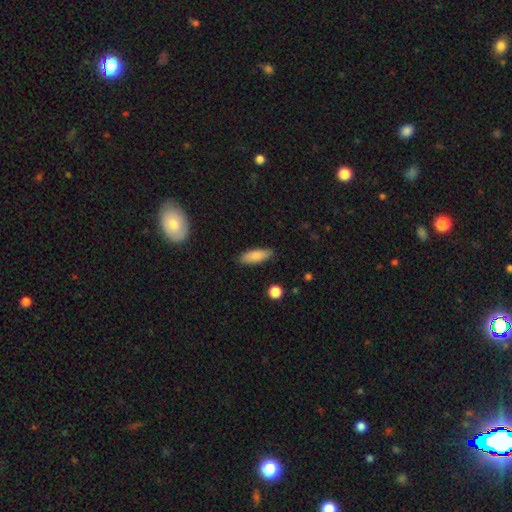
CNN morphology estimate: smooth 85%, featured or disk 9%, star or artifact 7%. Down the decision tree: how rounded — in between (61%); merging — none (85%).